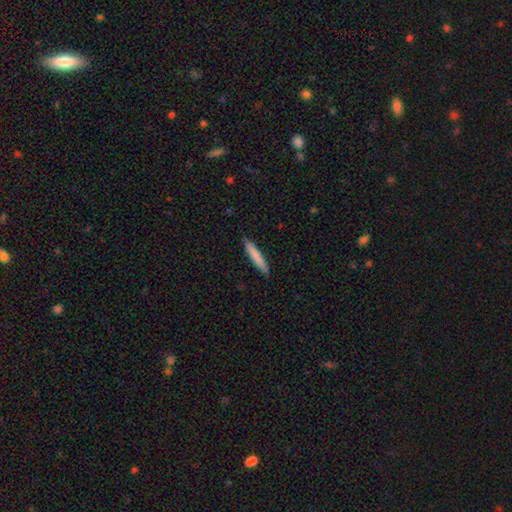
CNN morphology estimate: Q: Smooth or featured?
A: smooth (78%); runner-up: featured or disk (16%)
Q: How rounded?
A: cigar-shaped (94%); runner-up: in between (5%)
Q: Merging?
A: none (89%); runner-up: minor disturbance (8%)